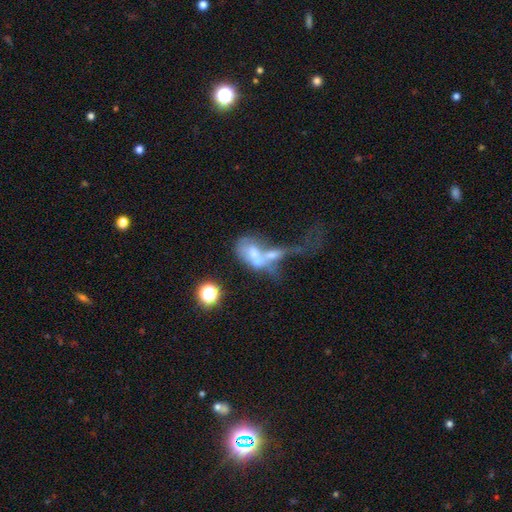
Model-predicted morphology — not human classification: A featured or disk galaxy (46%).

Vote fractions:
- Smooth or featured? featured or disk: 46% / smooth: 40% / star or artifact: 14%
- Merging? merger: 64% / major disturbance: 19% / none: 10% / minor disturbance: 6%